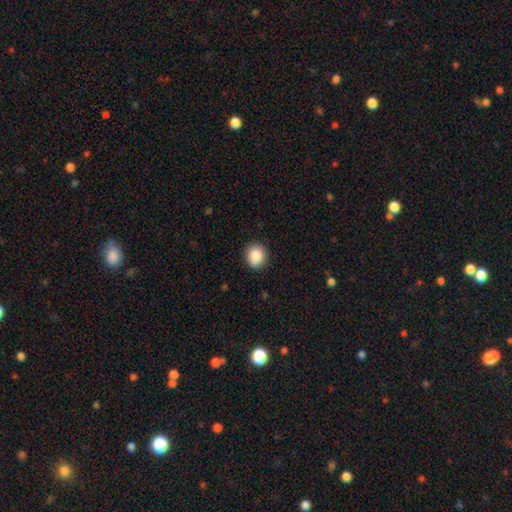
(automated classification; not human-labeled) Q: Smooth or featured?
A: smooth (87%); runner-up: star or artifact (9%)
Q: How rounded?
A: round (68%); runner-up: in between (31%)
Q: Merging?
A: none (86%); runner-up: minor disturbance (11%)